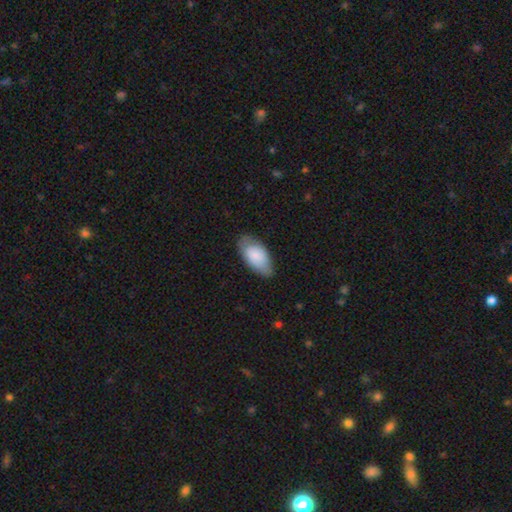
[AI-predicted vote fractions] This appears to be a smooth galaxy with no disk features (79%) that is in between round and cigar-shaped (94%). Merging: none (73%).